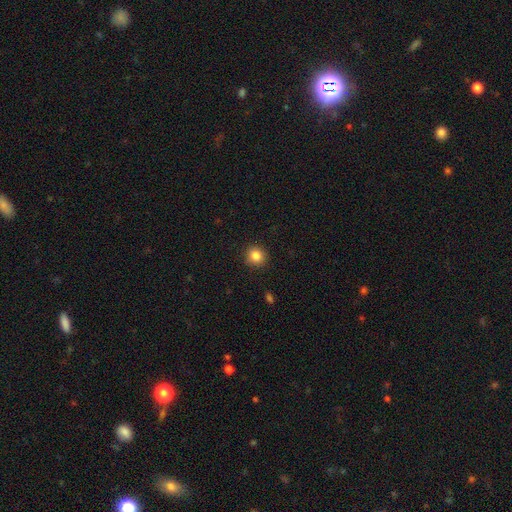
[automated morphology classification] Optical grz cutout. It shows a smooth galaxy with no disk features (85%) that is round (90%). Merging: none (91%).